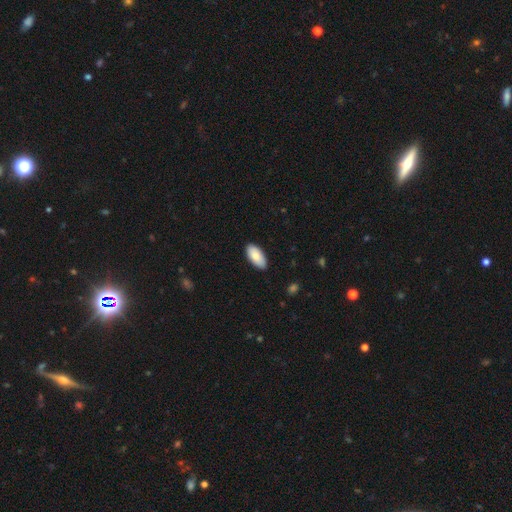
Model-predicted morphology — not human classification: Smooth or featured? Predicted: smooth (p=0.81). How rounded? Predicted: in between (p=0.94). Merging? Predicted: none (p=0.87).